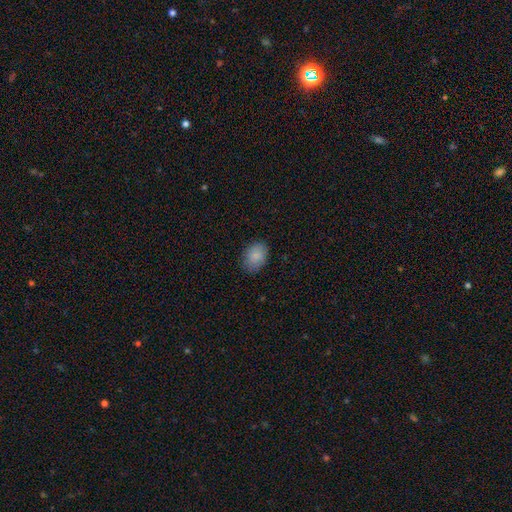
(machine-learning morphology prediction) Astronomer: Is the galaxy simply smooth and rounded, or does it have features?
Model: smooth — 87%.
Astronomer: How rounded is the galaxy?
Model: in between — 75%.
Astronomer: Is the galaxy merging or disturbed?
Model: none — 83%.